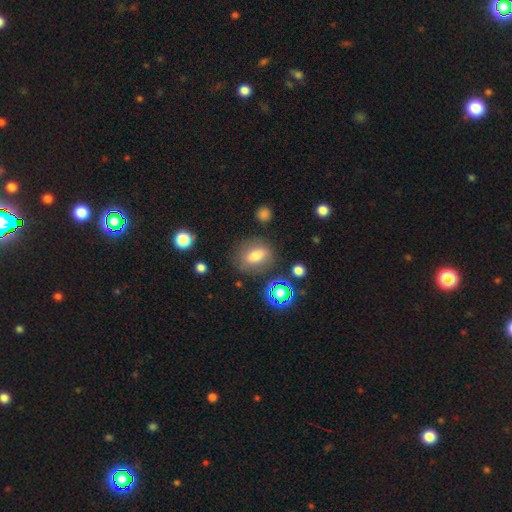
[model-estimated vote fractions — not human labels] smooth-or-featured: smooth: 71% | featured or disk: 15% | star or artifact: 14%
  how-rounded: in between: 67% | round: 29% | cigar-shaped: 4%
  merging: none: 76% | minor disturbance: 14% | major disturbance: 6% | merger: 4%